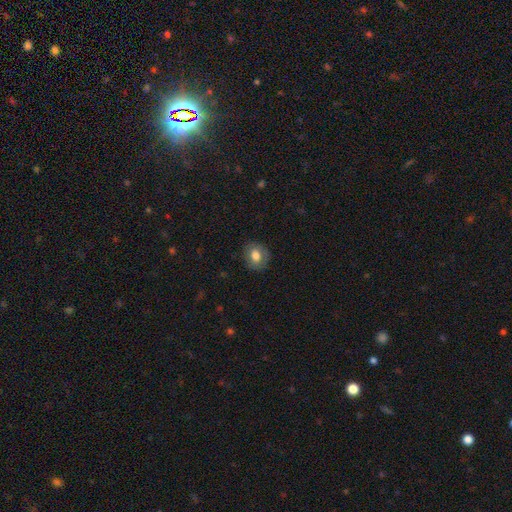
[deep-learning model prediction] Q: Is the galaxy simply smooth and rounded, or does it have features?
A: smooth — 75%.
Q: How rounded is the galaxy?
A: round — 62%.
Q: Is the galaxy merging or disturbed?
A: none — 83%.